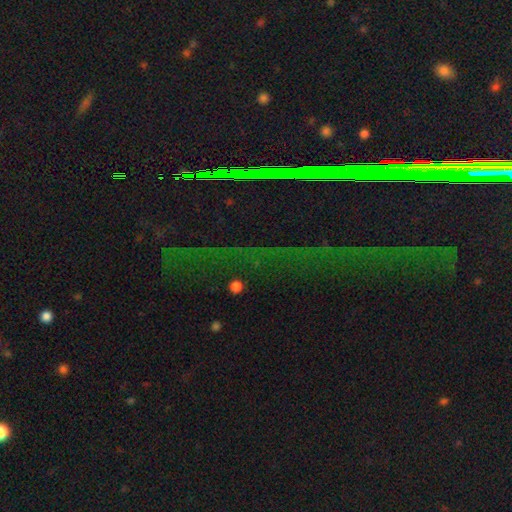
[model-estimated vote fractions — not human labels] smooth-or-featured: star or artifact: 79% | featured or disk: 13% | smooth: 9%